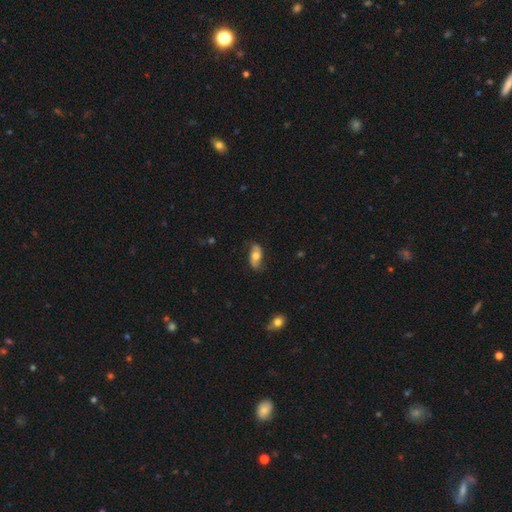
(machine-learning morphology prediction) Smooth or featured: smooth — 48% (featured or disk — 45%)
Merging: none — 75% (minor disturbance — 19%)